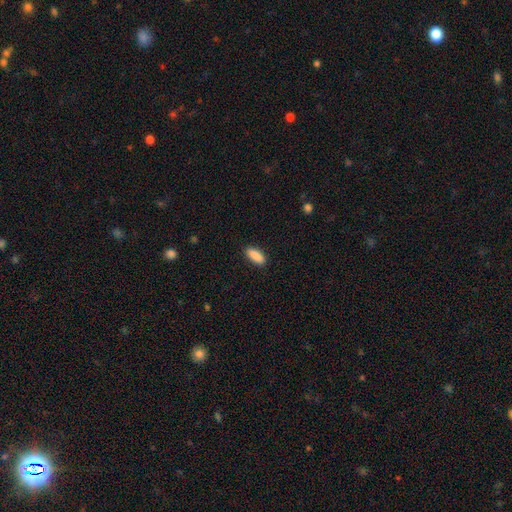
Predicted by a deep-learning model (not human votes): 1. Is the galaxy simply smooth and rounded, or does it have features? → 90% smooth, 6% star or artifact, 4% featured or disk.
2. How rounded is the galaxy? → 73% in between, 25% cigar-shaped, 2% round.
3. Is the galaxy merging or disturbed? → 89% none, 8% minor disturbance, 2% major disturbance, 1% merger.